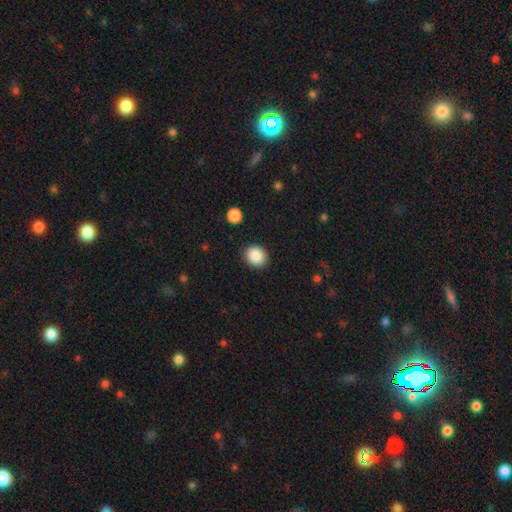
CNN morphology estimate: Q: Smooth or featured?
A: smooth (89%); runner-up: star or artifact (8%)
Q: How rounded?
A: round (62%); runner-up: in between (37%)
Q: Merging?
A: none (89%); runner-up: minor disturbance (7%)